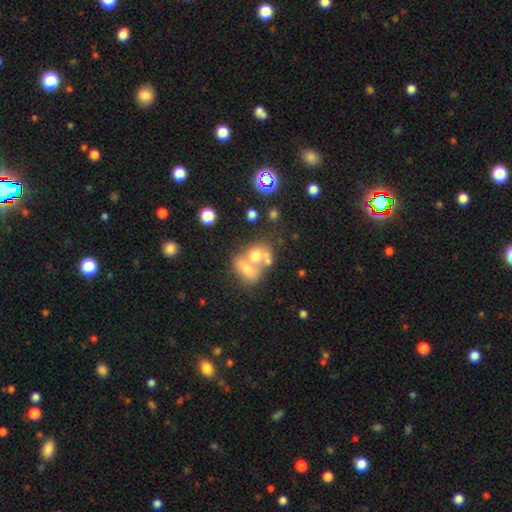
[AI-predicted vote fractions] Smooth or featured: smooth — 57% (featured or disk — 29%)
How rounded: in between — 54% (round — 44%)
Merging: merger — 62% (none — 22%)